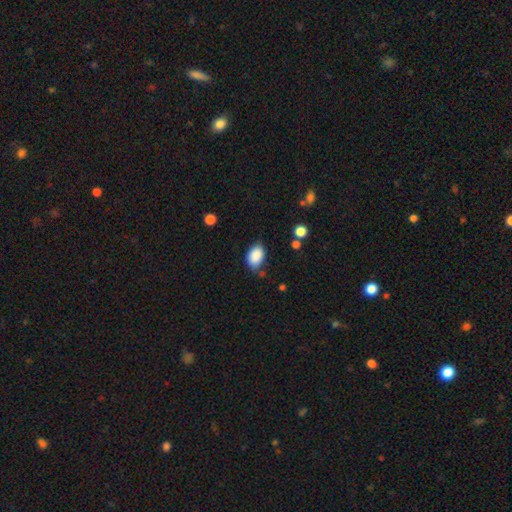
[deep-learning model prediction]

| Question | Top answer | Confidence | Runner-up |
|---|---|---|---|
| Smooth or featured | smooth | 88% | star or artifact (7%) |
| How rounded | in between | 88% | round (11%) |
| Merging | none | 70% | minor disturbance (22%) |